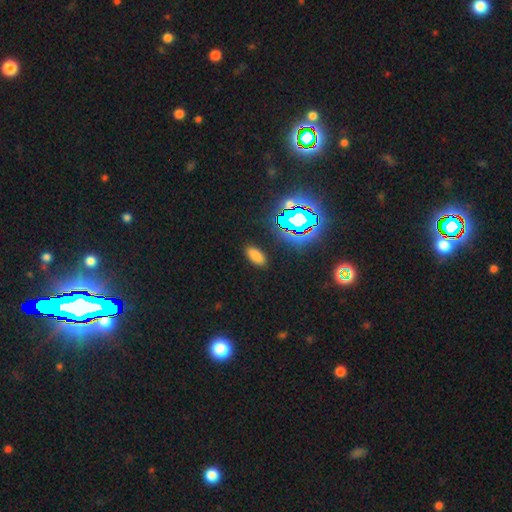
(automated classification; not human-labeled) Smooth or featured: smooth — 71% (star or artifact — 23%)
How rounded: in between — 91% (cigar-shaped — 6%)
Merging: none — 89% (minor disturbance — 7%)